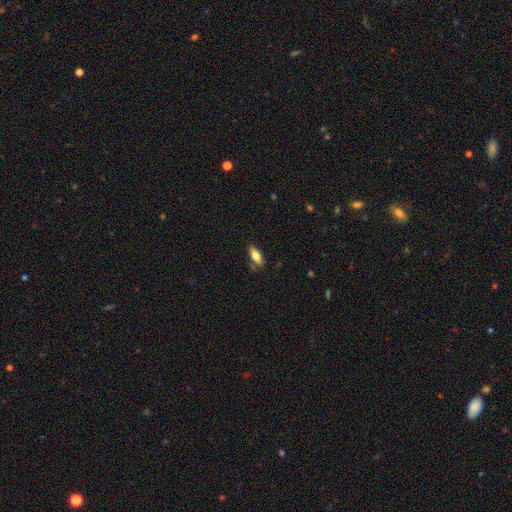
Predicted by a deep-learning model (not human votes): The model was most divided on "smooth or featured": smooth: 70%, featured or disk: 23%, star or artifact: 7%. More confident: merging — none (77%); how rounded — in between (74%).